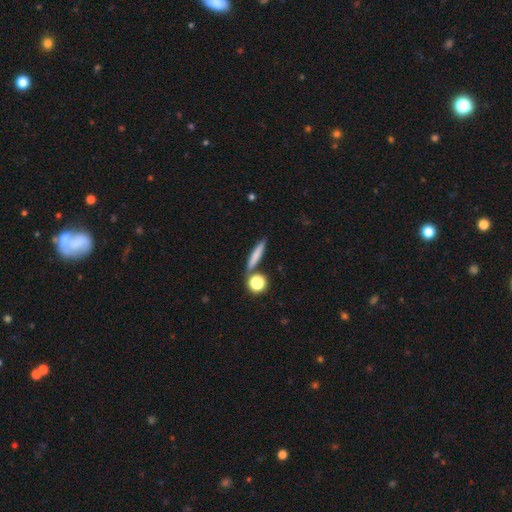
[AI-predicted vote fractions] This appears to be a smooth galaxy with no disk features (73%) that is cigar-shaped (78%). Merging: none (77%).